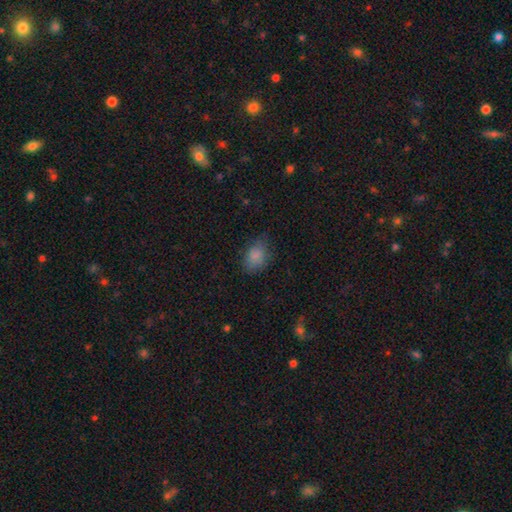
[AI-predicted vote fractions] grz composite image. It shows a smooth galaxy with no disk features (83%) that is in between round and cigar-shaped (80%). Merging: none (67%).